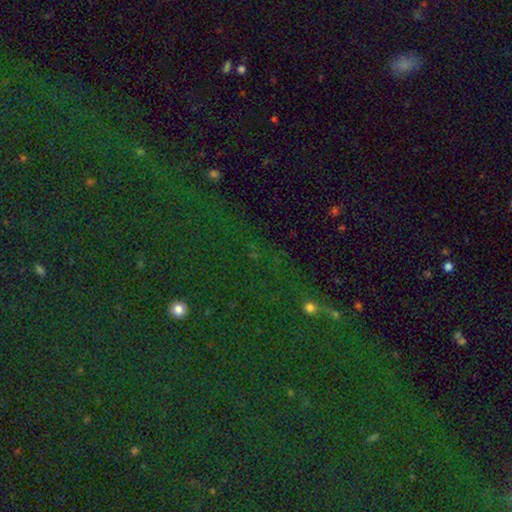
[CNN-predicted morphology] Smooth or featured?
  - star or artifact: 80% *
  - smooth: 10%
  - featured or disk: 9%